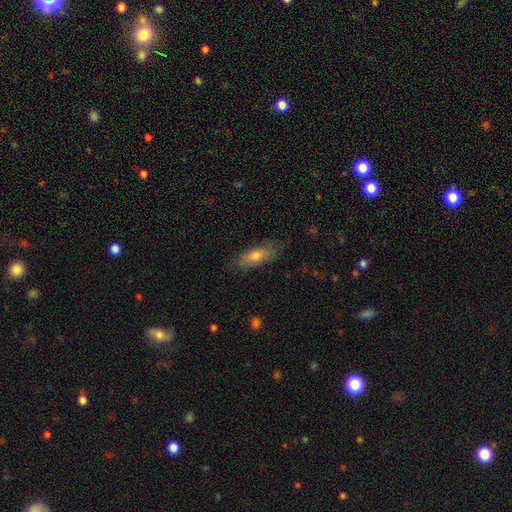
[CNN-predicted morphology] smooth 67%, featured or disk 26%, star or artifact 7%. Down the decision tree: how rounded — in between (59%); merging — none (79%).